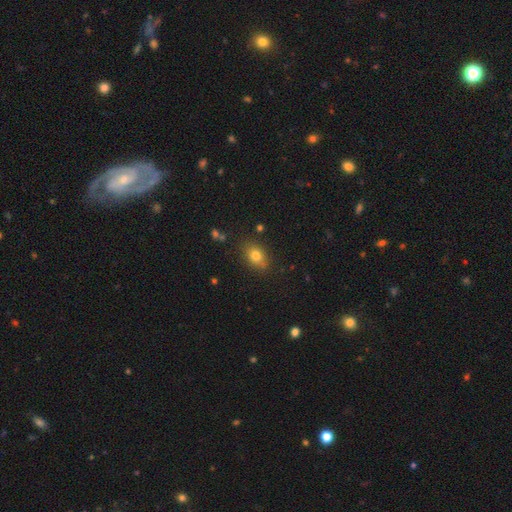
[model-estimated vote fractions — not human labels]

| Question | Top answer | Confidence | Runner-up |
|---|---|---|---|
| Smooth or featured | smooth | 78% | star or artifact (12%) |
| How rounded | in between | 63% | round (36%) |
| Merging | none | 79% | minor disturbance (14%) |